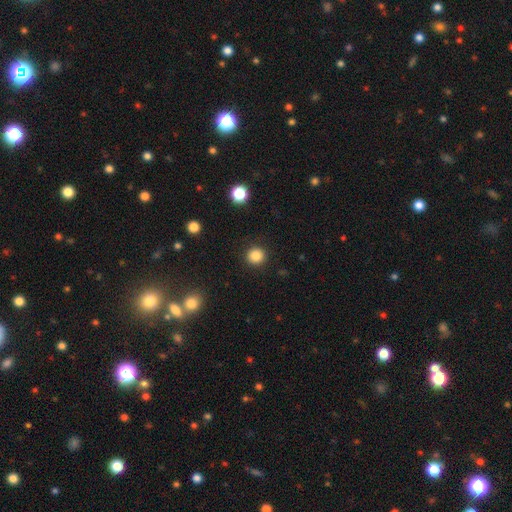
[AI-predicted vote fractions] The model was most divided on "smooth or featured": smooth: 85%, star or artifact: 11%, featured or disk: 4%. More confident: how rounded — round (92%); merging — none (91%).